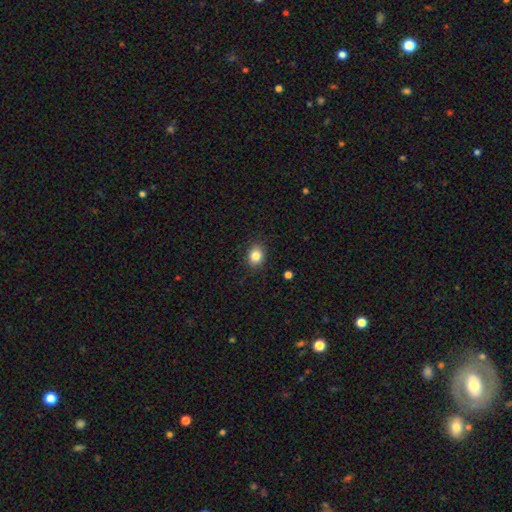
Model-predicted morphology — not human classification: Overall: smooth (83%). How rounded: round (52%; in between 47%). Merging: none (87%).